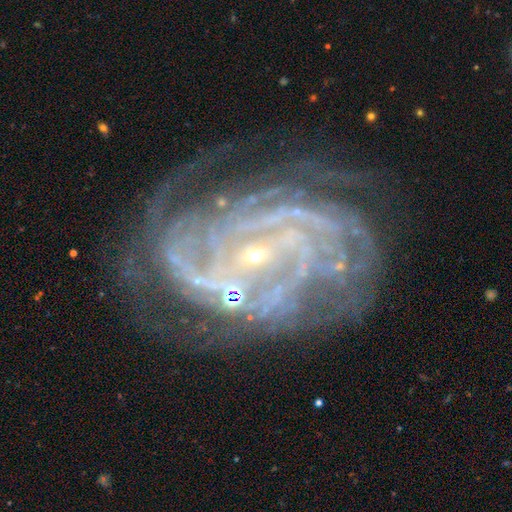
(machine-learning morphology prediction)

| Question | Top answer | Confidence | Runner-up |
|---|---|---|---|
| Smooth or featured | featured or disk | 90% | star or artifact (6%) |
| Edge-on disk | no | 98% | yes (2%) |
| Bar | no | 43% | weak (36%) |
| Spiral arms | yes | 98% | no (2%) |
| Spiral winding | tight | 68% | medium (26%) |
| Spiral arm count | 4 | 24% | can't tell (20%) |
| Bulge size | small | 86% | moderate (8%) |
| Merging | none | 63% | minor disturbance (19%) |